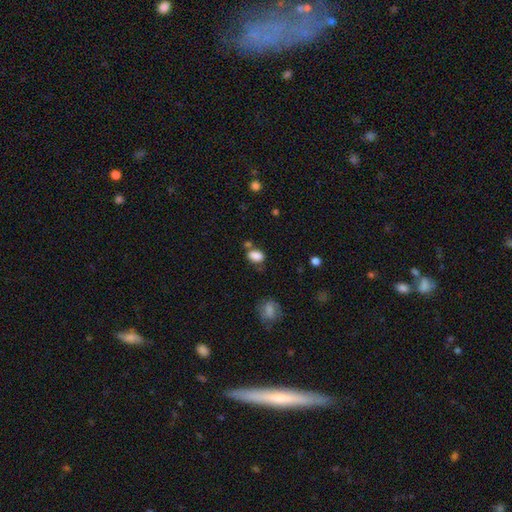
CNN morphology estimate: Smooth or featured? Predicted: smooth (p=0.85). How rounded? Predicted: in between (p=0.83). Merging? Predicted: none (p=0.60).